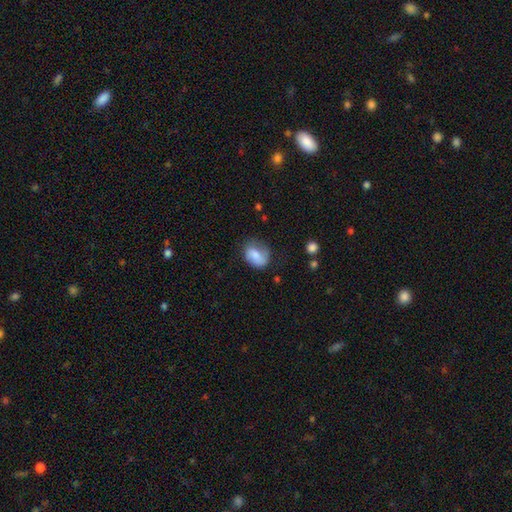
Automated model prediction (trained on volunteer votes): The model was most divided on "merging": none: 51%, minor disturbance: 30%, major disturbance: 16%, merger: 2%. More confident: smooth or featured — smooth (68%); how rounded — in between (64%).